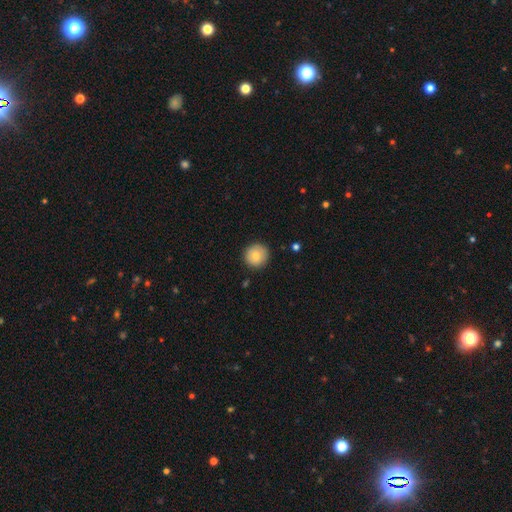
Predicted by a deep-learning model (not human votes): The model was most divided on "smooth or featured": smooth: 82%, featured or disk: 10%, star or artifact: 8%. More confident: how rounded — round (94%); merging — none (89%).